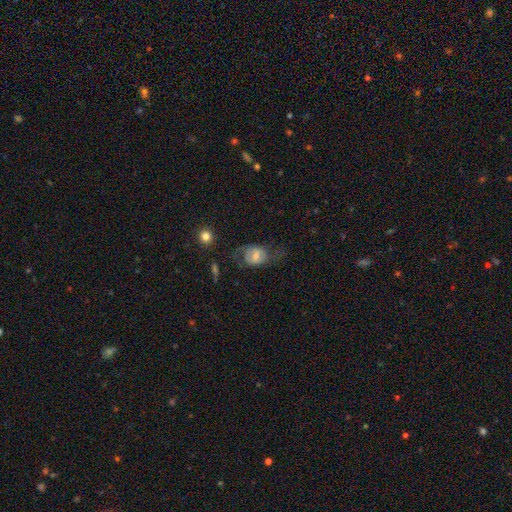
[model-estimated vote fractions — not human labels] This is possibly a smooth galaxy (50%). Merging: marginally none (43%).